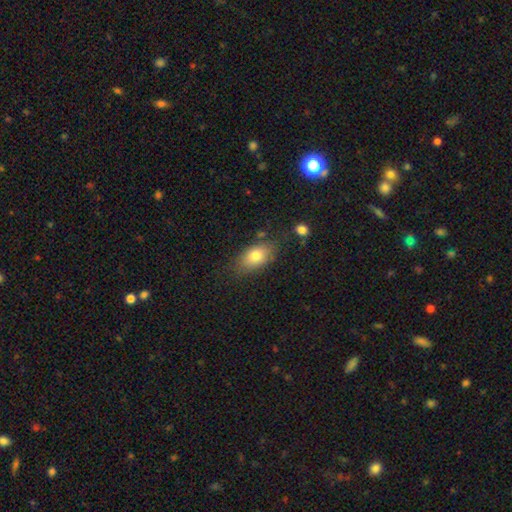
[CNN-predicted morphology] Smooth or featured? smooth (79%)
How rounded? in between (88%)
Merging? none (72%)